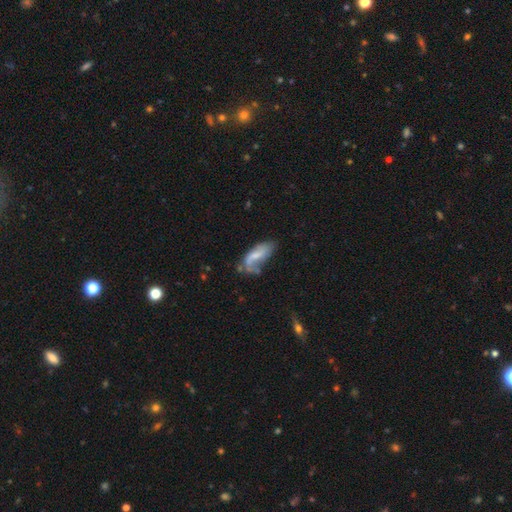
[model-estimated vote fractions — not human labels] A smooth galaxy with no disk features (47%). Merging: none (34%).